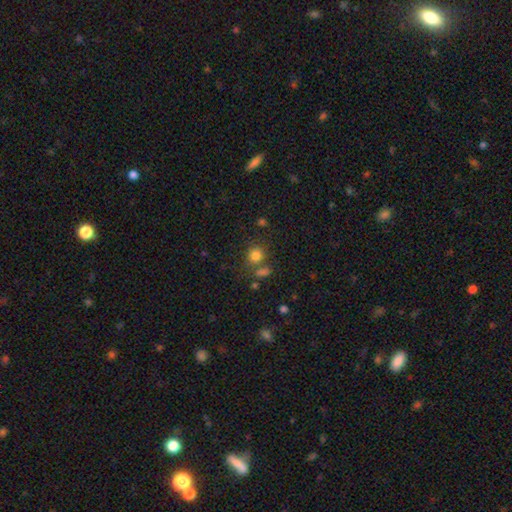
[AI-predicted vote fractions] smooth-or-featured: smooth: 80% | star or artifact: 13% | featured or disk: 7%
  how-rounded: round: 83% | in between: 16% | cigar-shaped: 1%
  merging: none: 68% | merger: 17% | minor disturbance: 11% | major disturbance: 5%